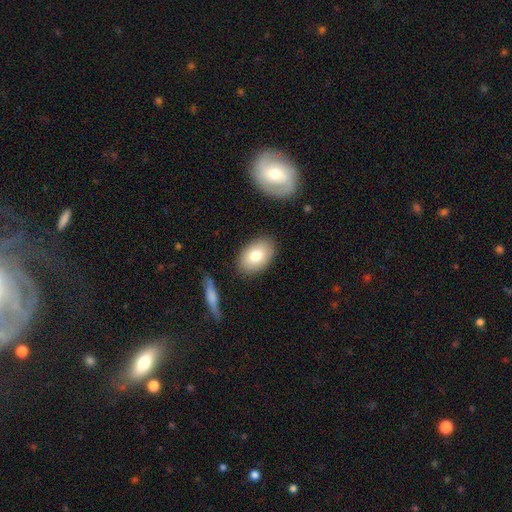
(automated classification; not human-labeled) A smooth galaxy with no disk features (79%) that is in between round and cigar-shaped (86%). Merging: none (85%).